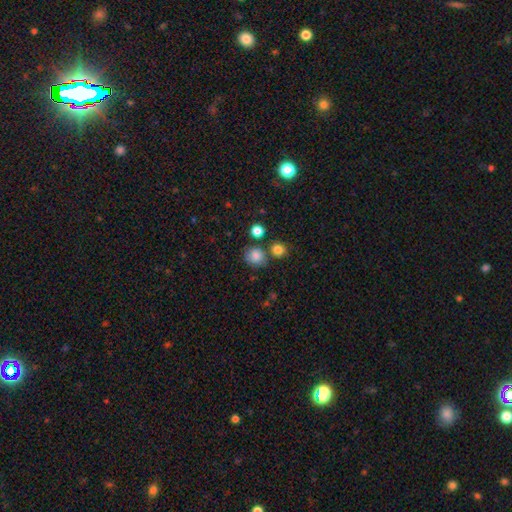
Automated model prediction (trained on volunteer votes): A smooth galaxy with no disk features (83%) that is round (83%). Merging: none (72%).